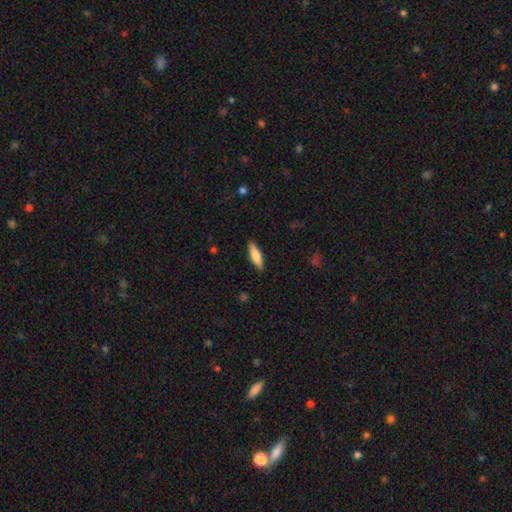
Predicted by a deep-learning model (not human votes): Smooth or featured?
  - smooth: 67% *
  - featured or disk: 27%
  - star or artifact: 6%
How rounded?
  - cigar-shaped: 55% *
  - in between: 43%
  - round: 2%
Merging?
  - none: 89% *
  - minor disturbance: 8%
  - major disturbance: 2%
  - merger: 1%